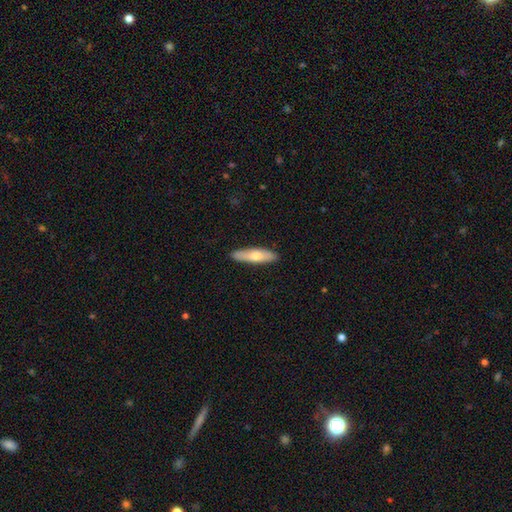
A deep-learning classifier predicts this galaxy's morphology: Smooth or featured: smooth — 65% (featured or disk — 30%)
How rounded: cigar-shaped — 65% (in between — 33%)
Merging: none — 87% (minor disturbance — 10%)